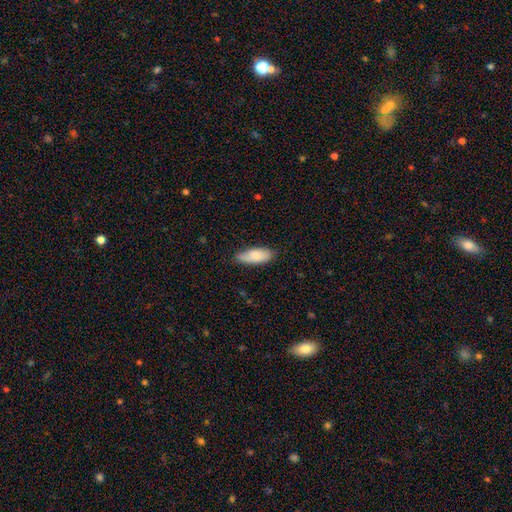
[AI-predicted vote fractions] smooth_or_featured: smooth (p=0.81) [alt: featured or disk p=0.13]
how_rounded: in between (p=0.78) [alt: cigar-shaped p=0.20]
merging: none (p=0.76) [alt: minor disturbance p=0.20]